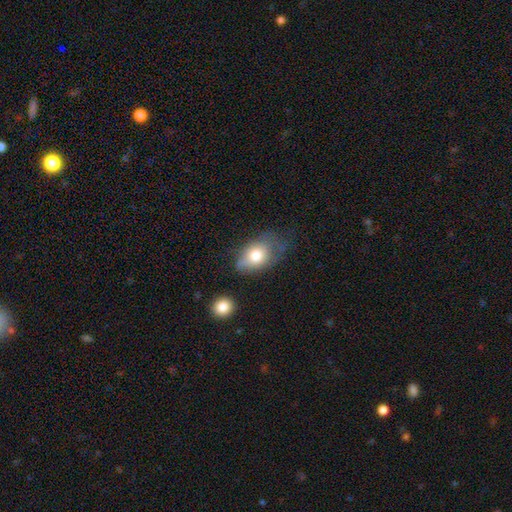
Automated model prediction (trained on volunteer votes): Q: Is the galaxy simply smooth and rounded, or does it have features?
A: smooth — 74%.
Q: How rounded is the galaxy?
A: in between — 81%.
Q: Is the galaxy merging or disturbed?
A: none — 39%.